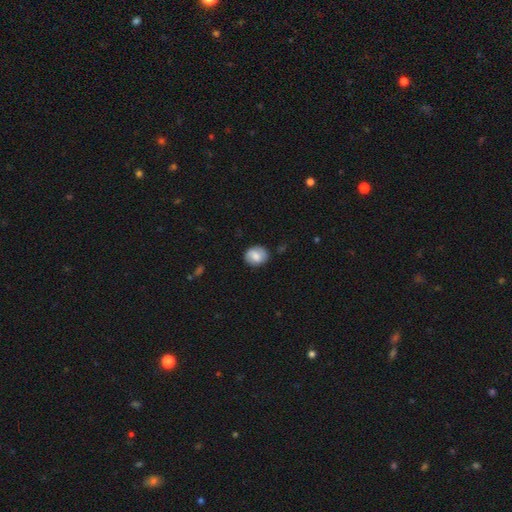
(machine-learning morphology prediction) The model was most divided on "how rounded": round: 62%, in between: 37%, cigar-shaped: 1%. More confident: merging — none (79%); smooth or featured — smooth (71%).